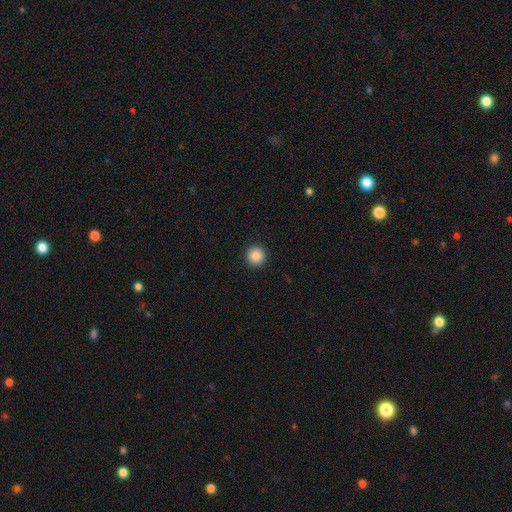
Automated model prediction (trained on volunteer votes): smooth_or_featured: smooth (p=0.87) [alt: star or artifact p=0.09]
how_rounded: round (p=0.96) [alt: in between p=0.03]
merging: none (p=0.93) [alt: minor disturbance p=0.04]